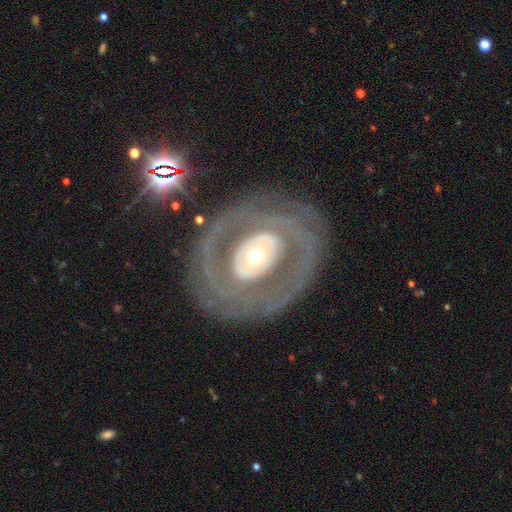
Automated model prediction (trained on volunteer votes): This appears to be a featured or disk galaxy (81%) with no bar (67%), 2 (47%) tight (57%) spiral arms (68%) and a moderate central bulge (65%). Merging: none (76%).